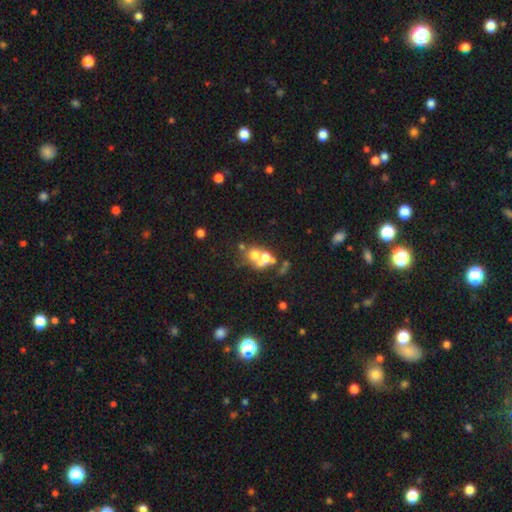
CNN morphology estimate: A smooth galaxy with no disk features (52%) that is round (64%).

Vote fractions:
- Smooth or featured? smooth: 52% / featured or disk: 31% / star or artifact: 16%
- How rounded? round: 64% / in between: 35% / cigar-shaped: 1%
- Merging? merger: 58% / none: 26% / major disturbance: 8% / minor disturbance: 8%